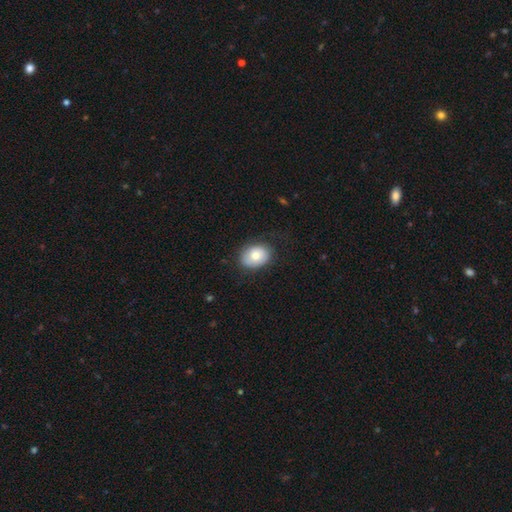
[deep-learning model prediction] Smooth or featured? smooth (75%)
How rounded? in between (63%)
Merging? none (76%)